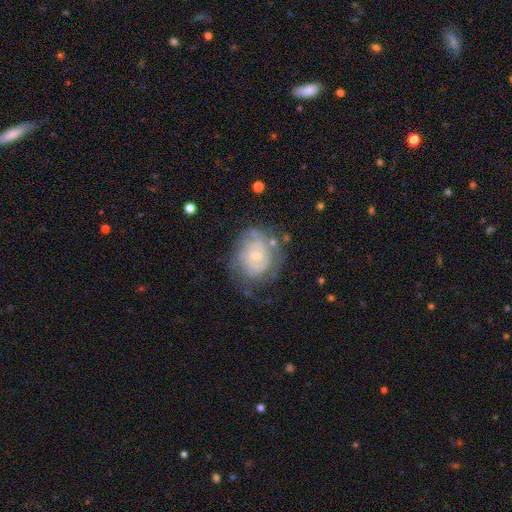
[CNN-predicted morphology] A featured or disk galaxy (71%) with no bar (66%), tight (63%) spiral arms (81%) and a small central bulge (68%).

Vote fractions:
- Smooth or featured? featured or disk: 71% / smooth: 21% / star or artifact: 8%
- Edge-on disk? no: 97% / yes: 3%
- Bar? no: 66% / weak: 30% / strong: 5%
- Spiral arms? yes: 81% / no: 19%
- Spiral winding? tight: 63% / medium: 27% / loose: 9%
- Spiral arm count? can't tell: 52% / 2: 23% / 3: 10% / 4: 5% / 1: 5% / more than 4: 4%
- Bulge size? small: 68% / moderate: 25% / none: 4% / large: 2% / dominant: 1%
- Merging? none: 62% / minor disturbance: 22% / major disturbance: 13% / merger: 3%